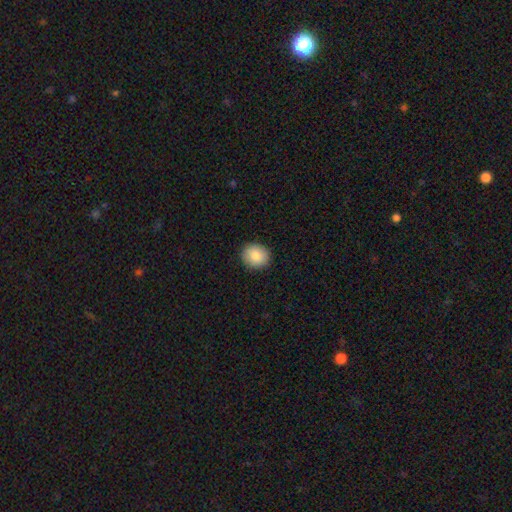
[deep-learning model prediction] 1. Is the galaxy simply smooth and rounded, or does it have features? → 86% smooth, 7% star or artifact, 6% featured or disk.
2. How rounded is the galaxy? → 81% round, 18% in between, 1% cigar-shaped.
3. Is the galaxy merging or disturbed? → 91% none, 7% minor disturbance, 2% major disturbance, 1% merger.